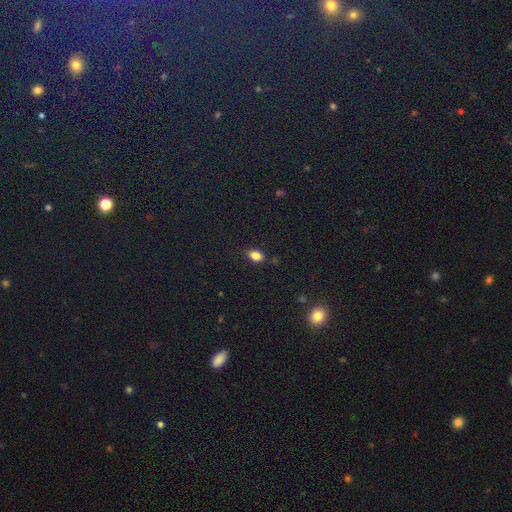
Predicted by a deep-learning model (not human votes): smooth-or-featured: smooth: 83% | star or artifact: 11% | featured or disk: 6%
  how-rounded: in between: 84% | round: 13% | cigar-shaped: 2%
  merging: none: 81% | minor disturbance: 14% | major disturbance: 3% | merger: 2%